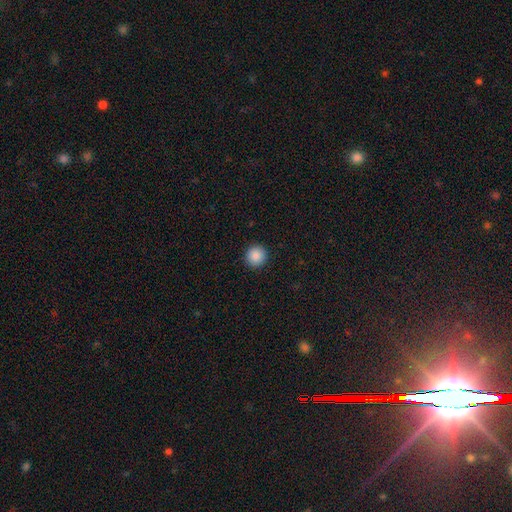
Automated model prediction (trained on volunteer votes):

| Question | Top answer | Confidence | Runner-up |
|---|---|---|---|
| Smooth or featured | smooth | 88% | star or artifact (9%) |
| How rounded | round | 95% | in between (4%) |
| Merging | none | 93% | minor disturbance (4%) |